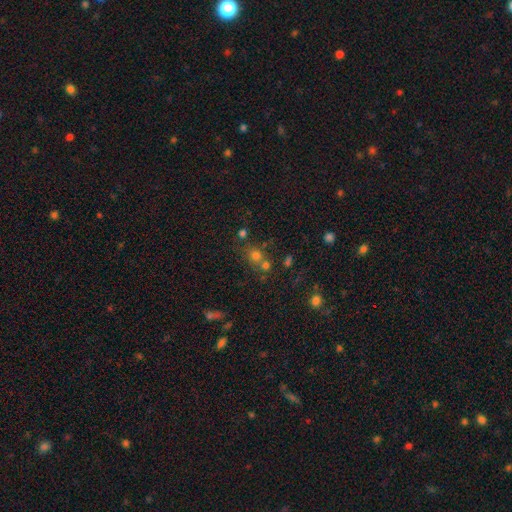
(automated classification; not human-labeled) smooth_or_featured: smooth (p=0.67) [alt: star or artifact p=0.21]
how_rounded: round (p=0.79) [alt: in between p=0.20]
merging: none (p=0.53) [alt: merger p=0.32]